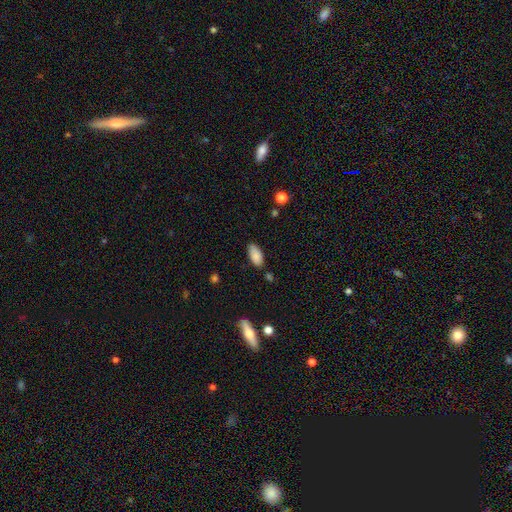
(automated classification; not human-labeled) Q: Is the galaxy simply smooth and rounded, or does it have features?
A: smooth — 87%.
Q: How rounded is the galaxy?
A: in between — 91%.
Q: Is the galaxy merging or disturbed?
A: none — 76%.